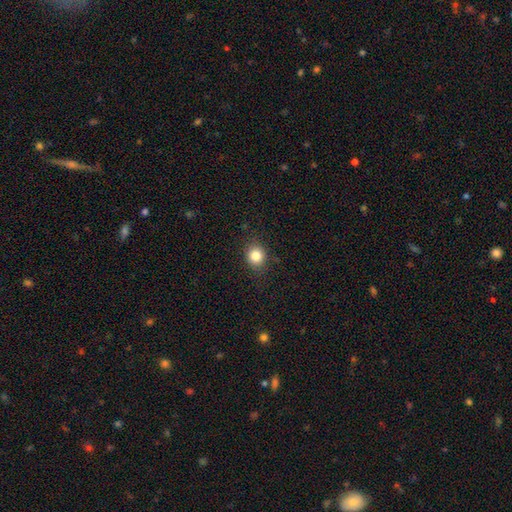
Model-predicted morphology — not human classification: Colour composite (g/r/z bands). It shows a smooth galaxy with no disk features (83%) that is round (77%). Merging: none (86%).